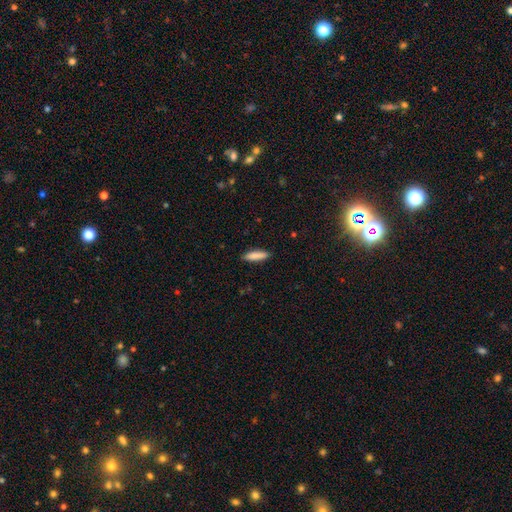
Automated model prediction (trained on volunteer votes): Overall: smooth (86%). How rounded: cigar-shaped (69%). Merging: none (88%).